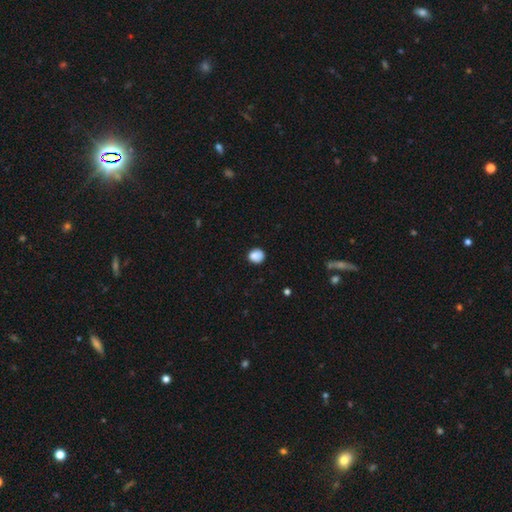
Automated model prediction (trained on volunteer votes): Overall: smooth (87%). How rounded: round (82%). Merging: none (83%).